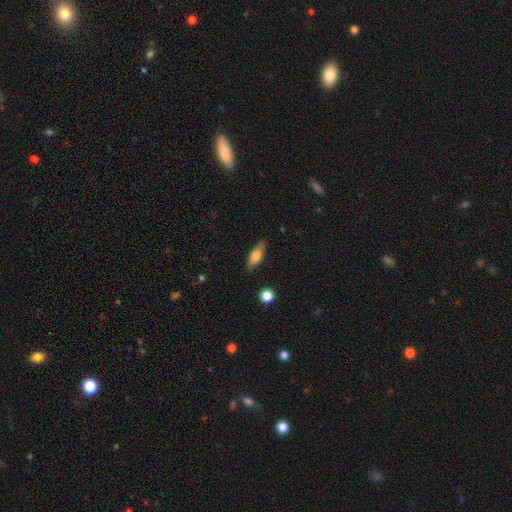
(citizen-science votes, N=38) This appears to be a smooth galaxy with no disk features (68%) that is in between round and cigar-shaped (54%). Merging: none (74%).